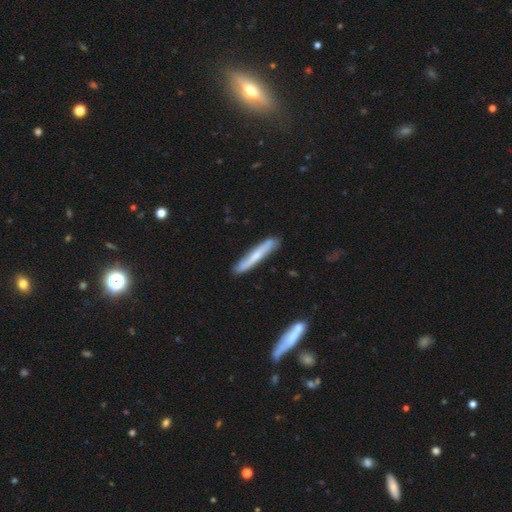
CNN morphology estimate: Overall: smooth (50%; featured or disk 45%). Merging: none (86%).